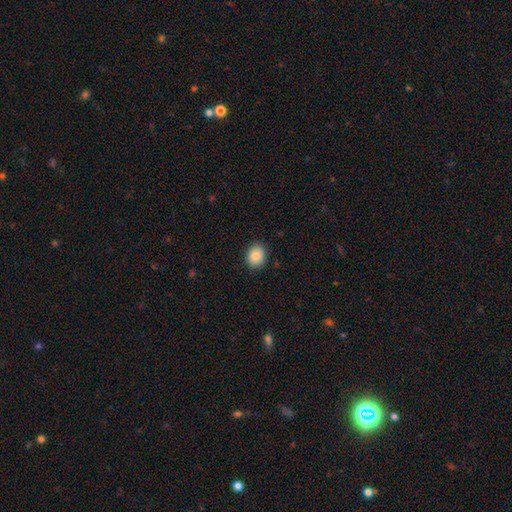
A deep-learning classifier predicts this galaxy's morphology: This appears to be a smooth galaxy with no disk features (88%) that is round (54%). Merging: none (89%).